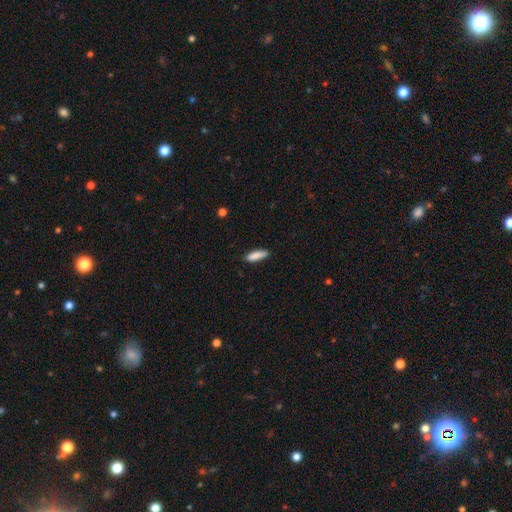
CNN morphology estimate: Smooth or featured? Predicted: smooth (p=0.87). How rounded? Predicted: cigar-shaped (p=0.58). Merging? Predicted: none (p=0.83).